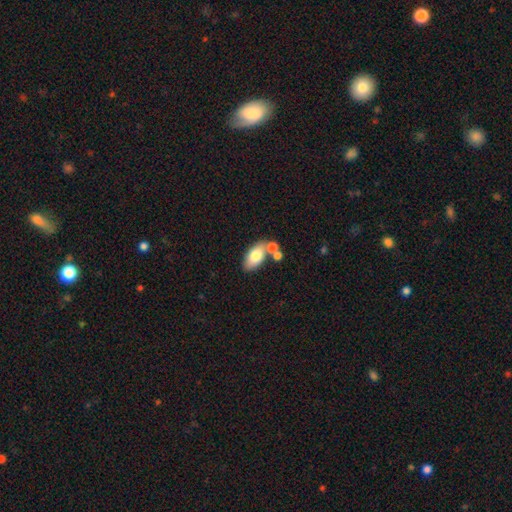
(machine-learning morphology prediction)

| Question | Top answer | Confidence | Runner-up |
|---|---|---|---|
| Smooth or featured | smooth | 75% | featured or disk (18%) |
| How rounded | in between | 91% | round (5%) |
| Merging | none | 60% | merger (24%) |